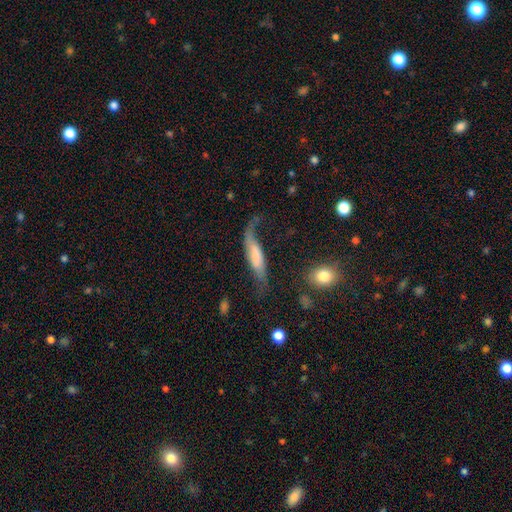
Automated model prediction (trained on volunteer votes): Overall: featured or disk (57%; smooth 36%). Edge-on disk: no (69%; yes 31%). Merging: none (38%; major disturbance 31%).